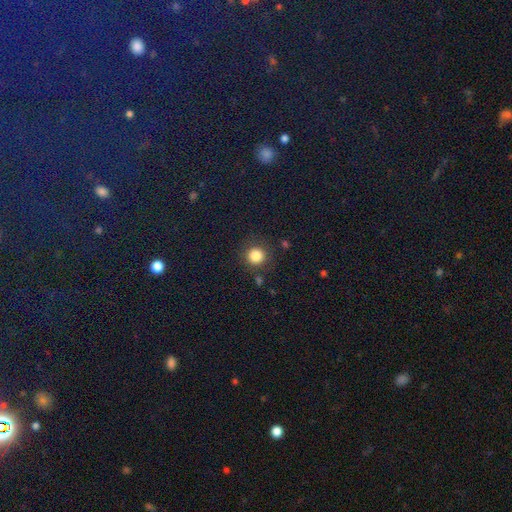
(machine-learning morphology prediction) Q: Smooth or featured?
A: smooth (84%); runner-up: star or artifact (12%)
Q: How rounded?
A: round (93%); runner-up: in between (6%)
Q: Merging?
A: none (86%); runner-up: minor disturbance (8%)